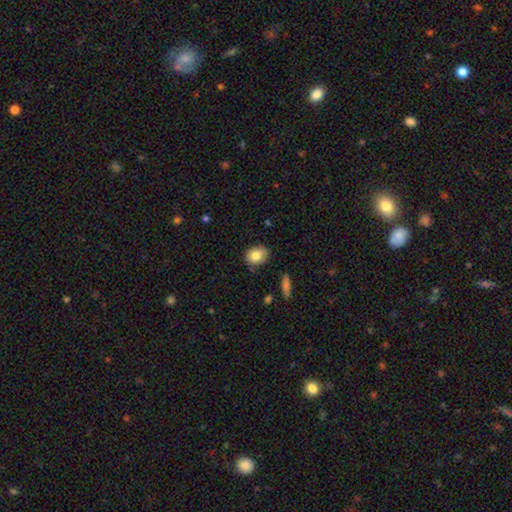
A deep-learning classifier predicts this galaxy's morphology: Smooth or featured? smooth (82%)
How rounded? in between (55%)
Merging? none (80%)